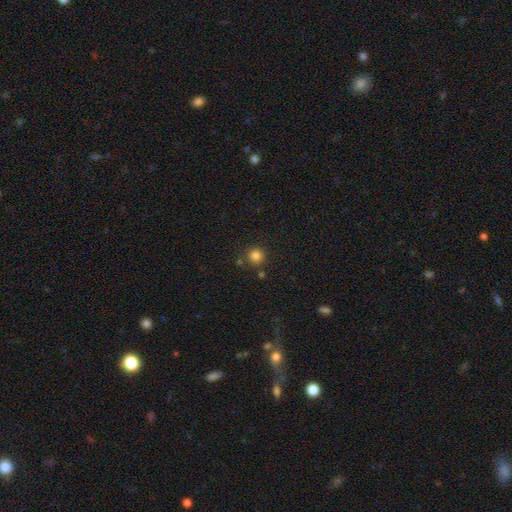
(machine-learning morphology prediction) Smooth or featured: smooth — 82% (star or artifact — 14%)
How rounded: round — 93% (in between — 6%)
Merging: none — 82% (minor disturbance — 8%)